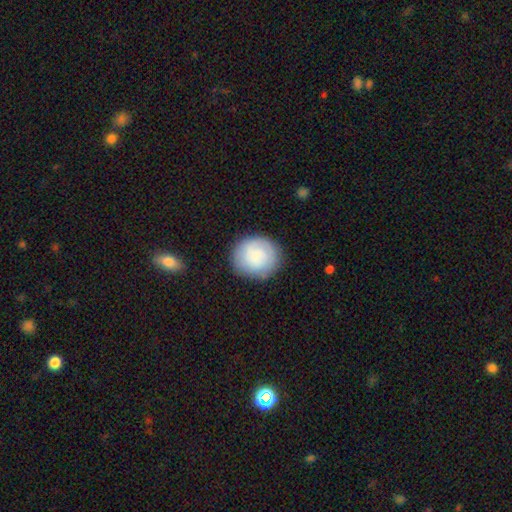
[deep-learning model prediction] smooth_or_featured: smooth (p=0.76) [alt: featured or disk p=0.17]
how_rounded: round (p=0.83) [alt: in between p=0.17]
merging: none (p=0.82) [alt: minor disturbance p=0.13]